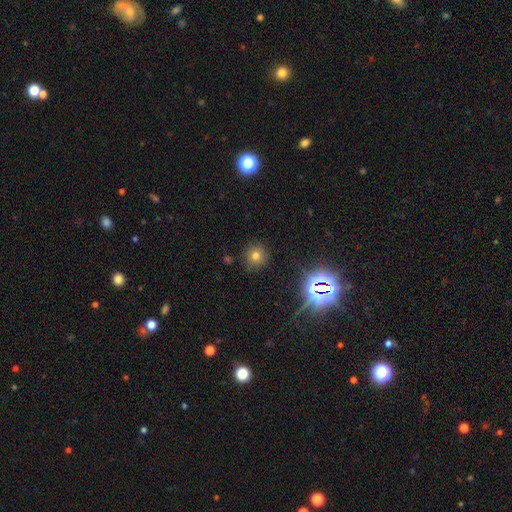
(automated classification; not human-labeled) Smooth or featured? Predicted: smooth (p=0.70). How rounded? Predicted: round (p=0.93). Merging? Predicted: none (p=0.88).